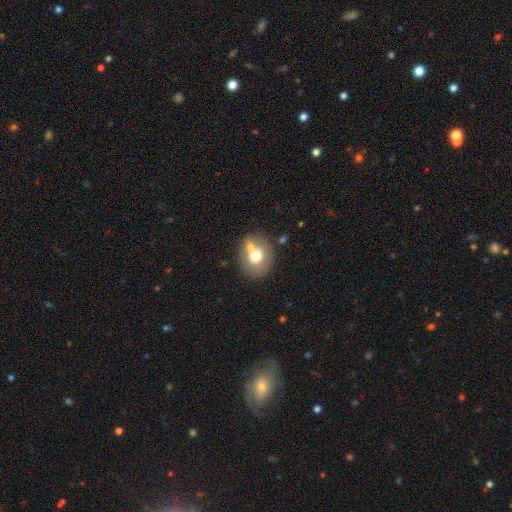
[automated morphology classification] Q: Smooth or featured?
A: smooth (65%); runner-up: featured or disk (25%)
Q: How rounded?
A: round (63%); runner-up: in between (36%)
Q: Merging?
A: none (53%); runner-up: merger (26%)